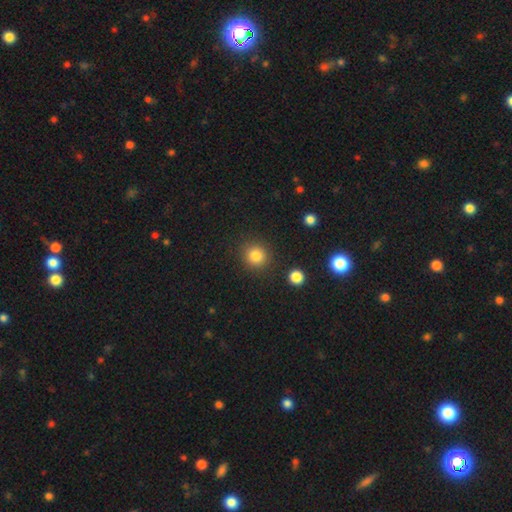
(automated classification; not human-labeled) Overall: smooth (83%). How rounded: round (91%). Merging: none (88%).